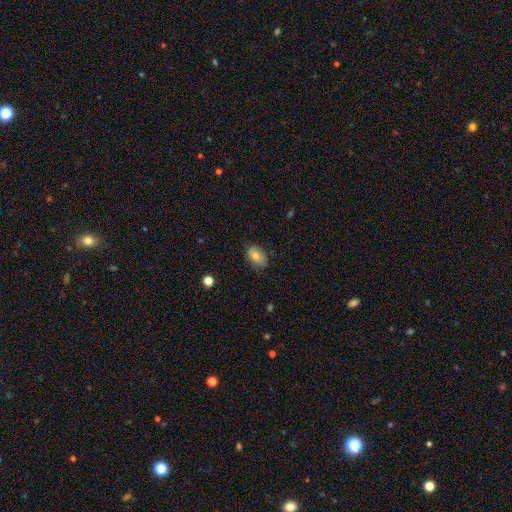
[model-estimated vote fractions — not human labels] smooth_or_featured: smooth (p=0.77) [alt: featured or disk p=0.14]
how_rounded: in between (p=0.85) [alt: round p=0.13]
merging: none (p=0.78) [alt: minor disturbance p=0.17]